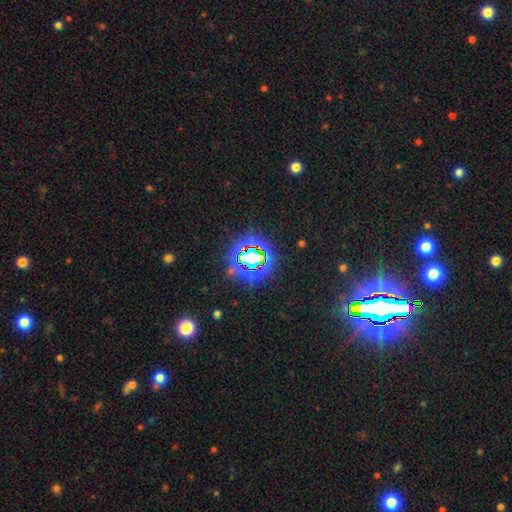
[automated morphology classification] star or artifact 80%, smooth 11%, featured or disk 9%.